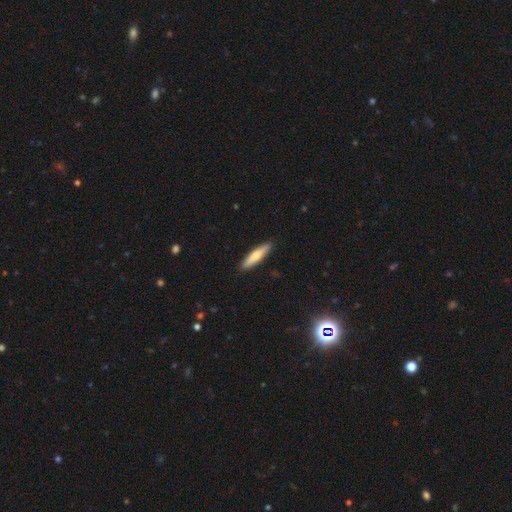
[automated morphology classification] Overall: smooth (65%; featured or disk 30%). How rounded: cigar-shaped (81%). Merging: none (91%).